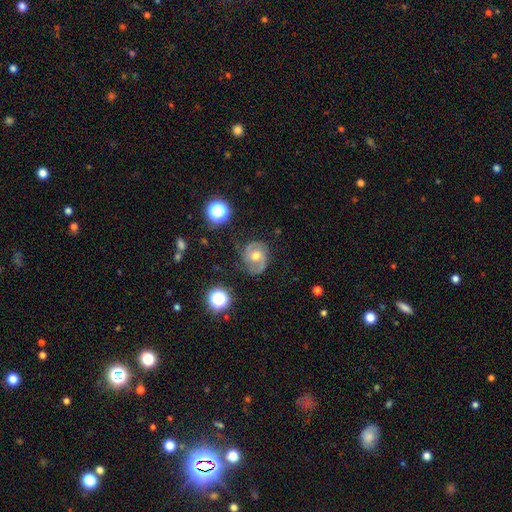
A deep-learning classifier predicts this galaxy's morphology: Q: Smooth or featured?
A: featured or disk (74%); runner-up: smooth (17%)
Q: Edge-on disk?
A: no (98%); runner-up: yes (2%)
Q: Bar?
A: no (60%); runner-up: weak (33%)
Q: Spiral arms?
A: yes (92%); runner-up: no (8%)
Q: Spiral winding?
A: medium (49%); runner-up: tight (32%)
Q: Spiral arm count?
A: 2 (78%); runner-up: can't tell (9%)
Q: Bulge size?
A: moderate (70%); runner-up: small (24%)
Q: Merging?
A: none (70%); runner-up: minor disturbance (19%)